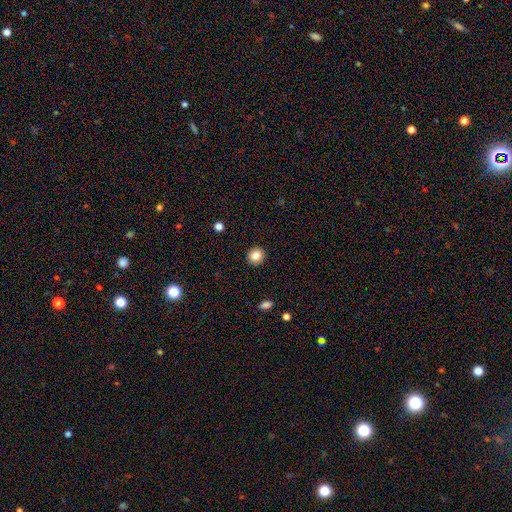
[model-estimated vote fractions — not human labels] Q: Smooth or featured?
A: smooth (84%); runner-up: star or artifact (10%)
Q: How rounded?
A: round (91%); runner-up: in between (8%)
Q: Merging?
A: none (93%); runner-up: minor disturbance (5%)